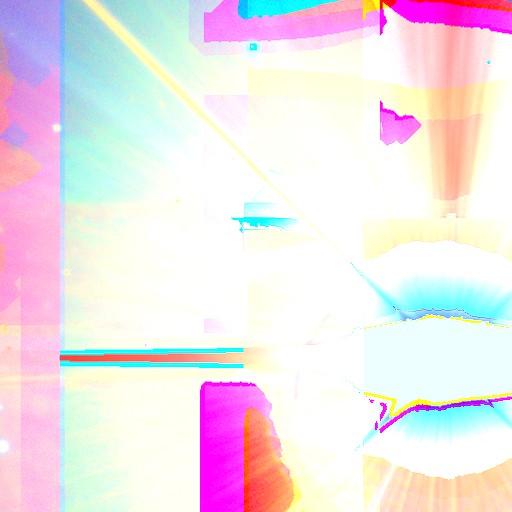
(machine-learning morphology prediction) Smooth or featured? Predicted: star or artifact (p=0.65).